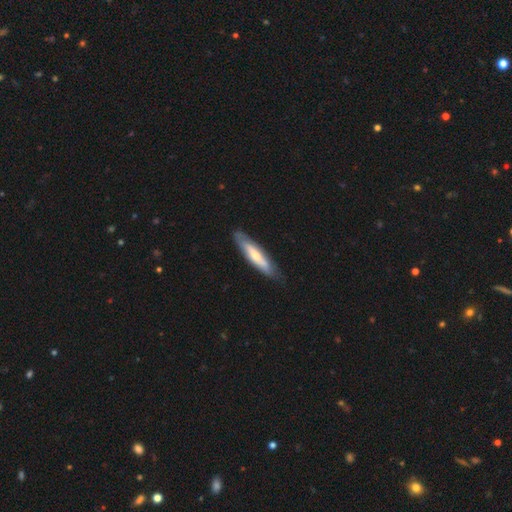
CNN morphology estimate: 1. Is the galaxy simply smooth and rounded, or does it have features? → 55% smooth, 41% featured or disk, 5% star or artifact.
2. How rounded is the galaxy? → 79% cigar-shaped, 19% in between, 1% round.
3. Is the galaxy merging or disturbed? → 81% none, 15% minor disturbance, 3% major disturbance, 1% merger.